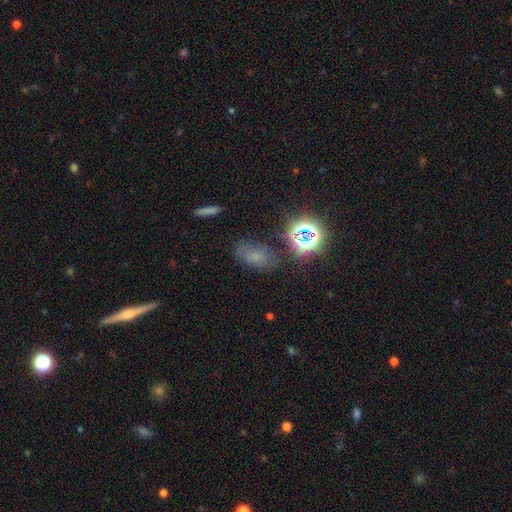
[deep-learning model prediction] Smooth or featured? smooth (54%)
How rounded? in between (80%)
Merging? none (69%)